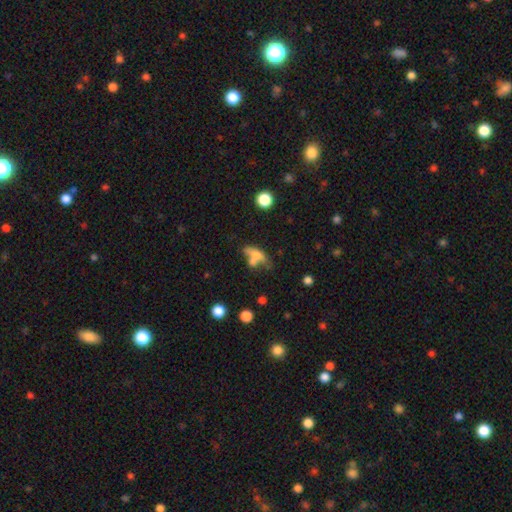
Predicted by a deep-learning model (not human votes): Overall: smooth (59%; featured or disk 31%). How rounded: in between (67%). Merging: none (36%; merger 35%).